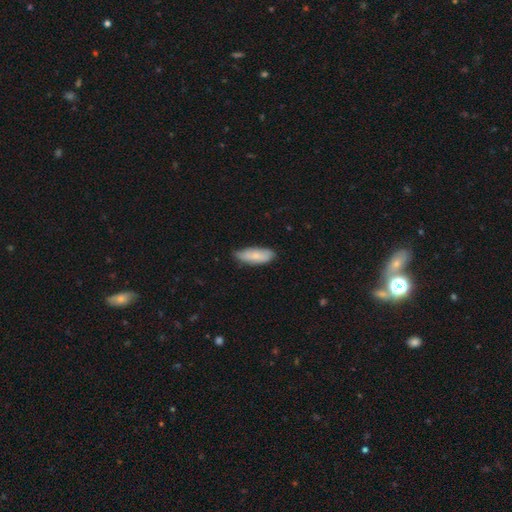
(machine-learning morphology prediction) Smooth or featured? Predicted: smooth (p=0.75). How rounded? Predicted: in between (p=0.77). Merging? Predicted: none (p=0.64).